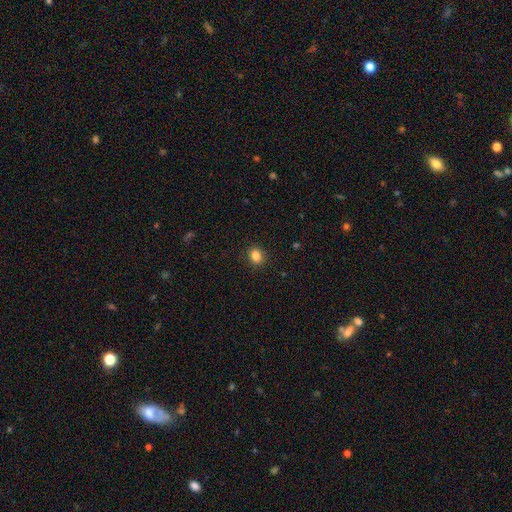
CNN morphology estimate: A smooth galaxy with no disk features (85%) that is round (62%).

Vote fractions:
- Smooth or featured? smooth: 85% / star or artifact: 11% / featured or disk: 4%
- How rounded? round: 62% / in between: 37% / cigar-shaped: 1%
- Merging? none: 90% / minor disturbance: 7% / major disturbance: 2% / merger: 1%